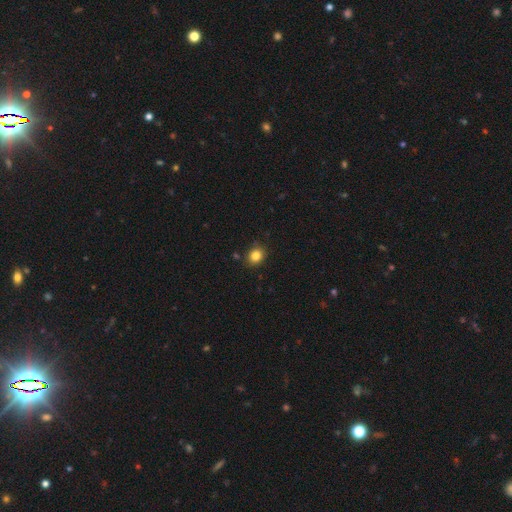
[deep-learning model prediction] Smooth or featured: smooth — 83% (star or artifact — 11%)
How rounded: round — 69% (in between — 30%)
Merging: none — 85% (minor disturbance — 10%)